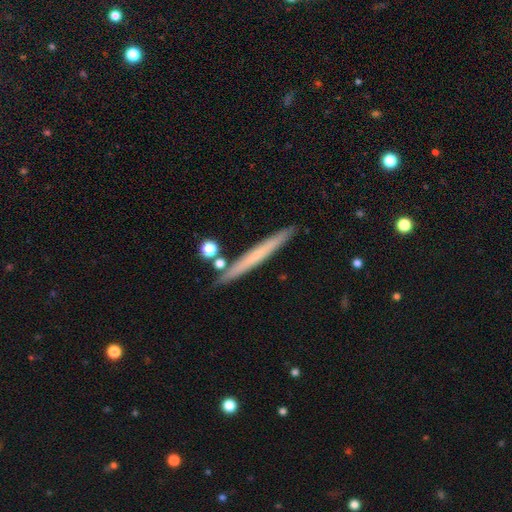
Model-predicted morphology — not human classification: Smooth or featured: smooth — 53% (featured or disk — 41%)
How rounded: cigar-shaped — 97% (in between — 2%)
Merging: none — 88% (minor disturbance — 7%)